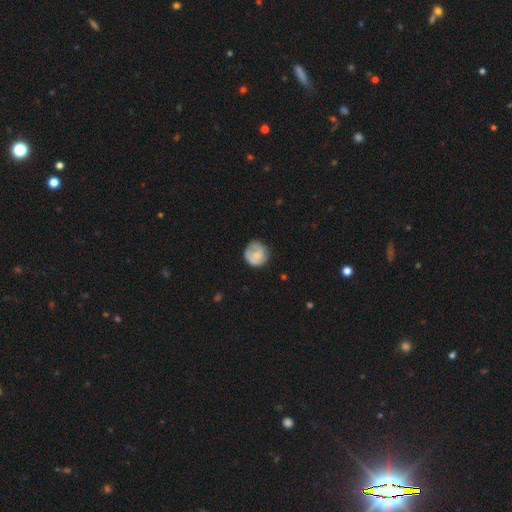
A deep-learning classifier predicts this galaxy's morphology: Smooth or featured: smooth — 64% (featured or disk — 29%)
How rounded: round — 90% (in between — 9%)
Merging: none — 70% (minor disturbance — 21%)